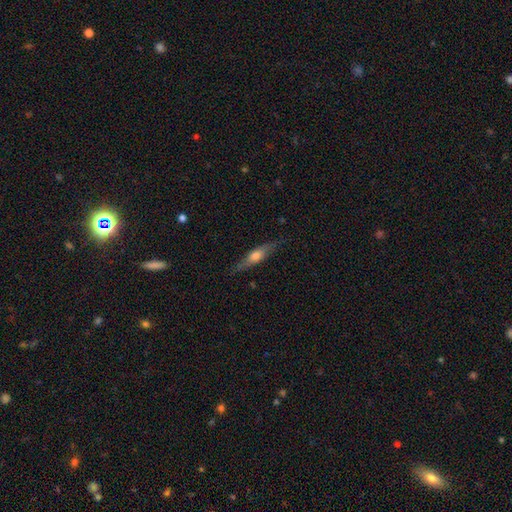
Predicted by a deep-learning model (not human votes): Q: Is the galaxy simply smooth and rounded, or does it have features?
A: featured or disk — 50%.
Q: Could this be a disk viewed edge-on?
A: yes — 89%.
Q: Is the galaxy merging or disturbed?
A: none — 81%.